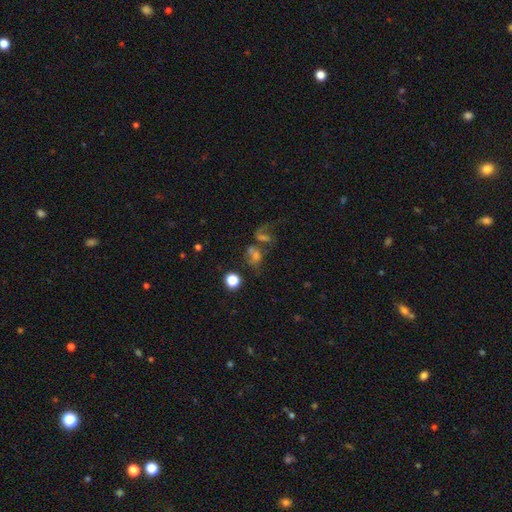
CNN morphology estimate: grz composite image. It shows a smooth galaxy with no disk features (40%). Merging: merger (42%).